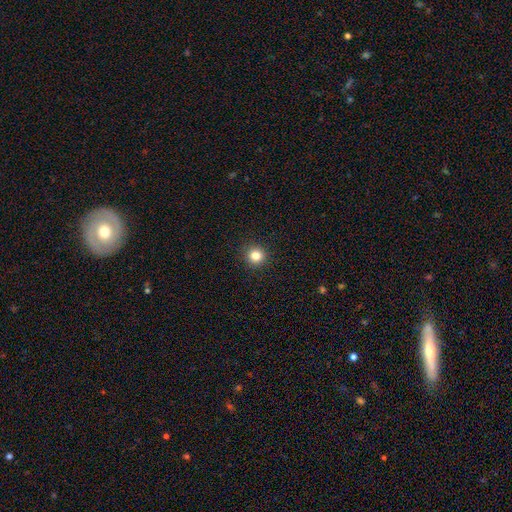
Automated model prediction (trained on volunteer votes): This is clearly a smooth galaxy (83%). How rounded: clearly round (94%). Merging: clearly none (93%).